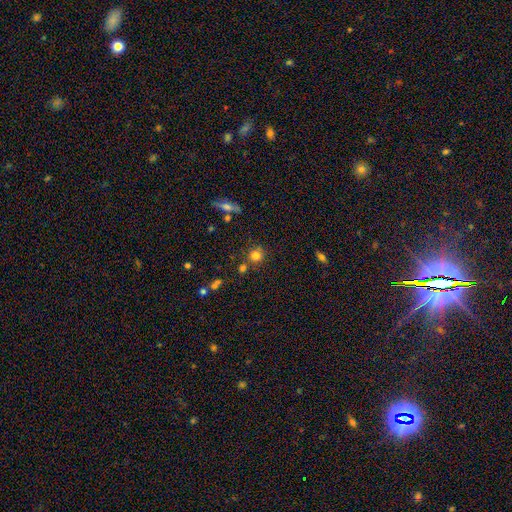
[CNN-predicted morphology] Overall: smooth (78%). How rounded: round (90%). Merging: none (75%).